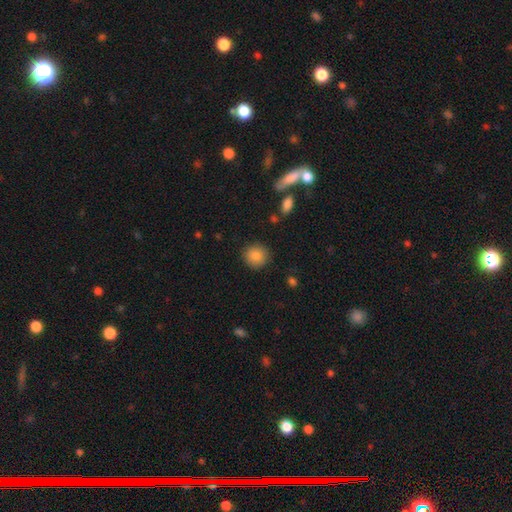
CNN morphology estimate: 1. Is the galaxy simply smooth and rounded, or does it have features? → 86% smooth, 8% star or artifact, 6% featured or disk.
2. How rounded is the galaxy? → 90% round, 9% in between, 1% cigar-shaped.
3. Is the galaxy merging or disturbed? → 89% none, 7% minor disturbance, 2% major disturbance, 1% merger.